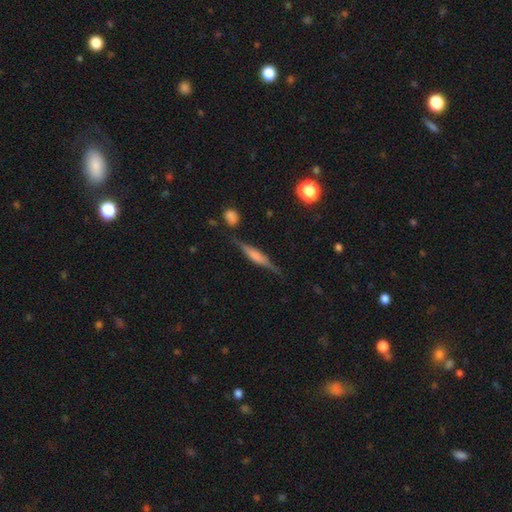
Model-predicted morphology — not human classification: A featured or disk galaxy (62%) viewed edge-on (96%) with a boxy central bulge (43%, tied with rounded). Merging: none (80%).